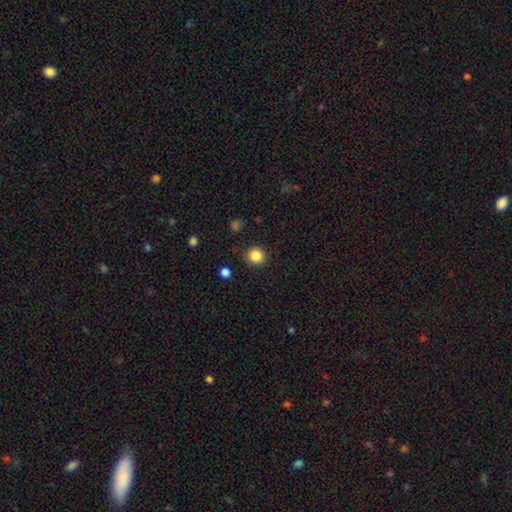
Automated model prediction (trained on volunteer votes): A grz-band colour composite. It shows a smooth galaxy with no disk features (85%) that is round (92%). Merging: none (90%).